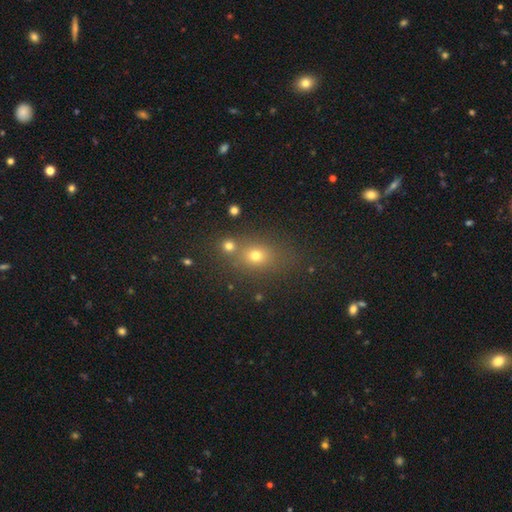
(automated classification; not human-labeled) Overall: smooth (63%; star or artifact 24%). How rounded: round (53%; in between 44%). Merging: none (64%).